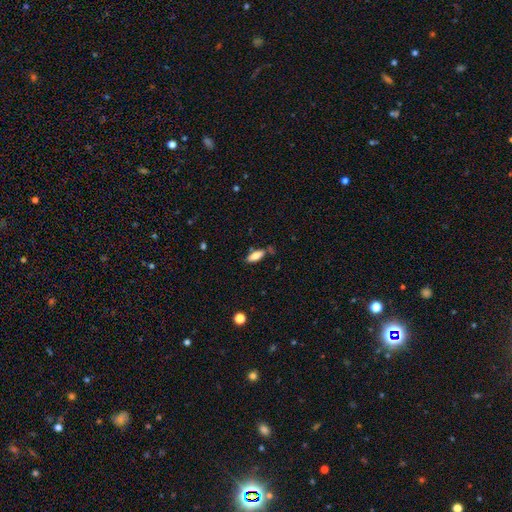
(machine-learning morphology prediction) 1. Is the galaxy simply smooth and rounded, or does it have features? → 79% smooth, 14% featured or disk, 7% star or artifact.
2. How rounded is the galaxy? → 73% in between, 25% cigar-shaped, 2% round.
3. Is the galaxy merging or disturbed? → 71% none, 19% minor disturbance, 6% merger, 4% major disturbance.